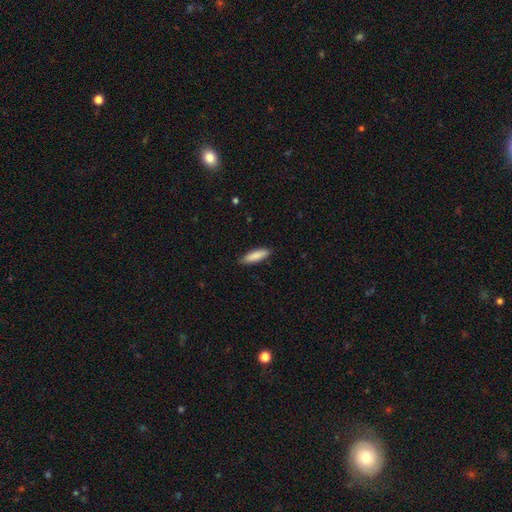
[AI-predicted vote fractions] Smooth or featured: smooth — 86% (featured or disk — 8%)
How rounded: cigar-shaped — 65% (in between — 33%)
Merging: none — 88% (minor disturbance — 10%)